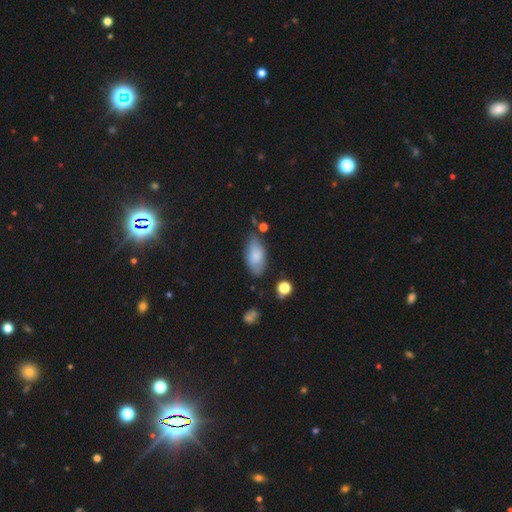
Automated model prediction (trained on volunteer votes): smooth-or-featured: smooth: 78% | featured or disk: 14% | star or artifact: 7%
  how-rounded: in between: 90% | cigar-shaped: 8% | round: 2%
  merging: none: 71% | minor disturbance: 20% | major disturbance: 5% | merger: 4%